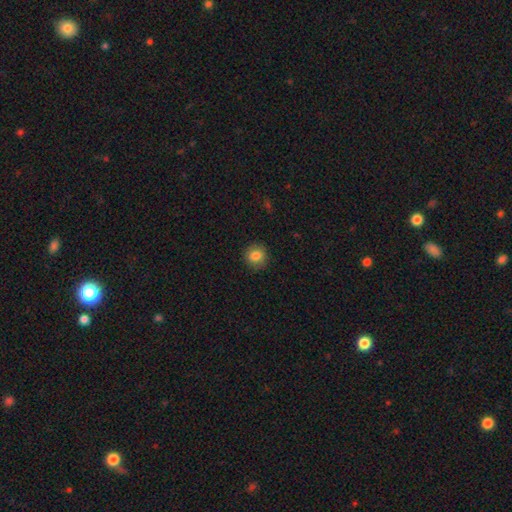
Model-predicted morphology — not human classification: smooth_or_featured: smooth (p=0.84) [alt: star or artifact p=0.10]
how_rounded: round (p=0.89) [alt: in between p=0.10]
merging: none (p=0.89) [alt: minor disturbance p=0.07]